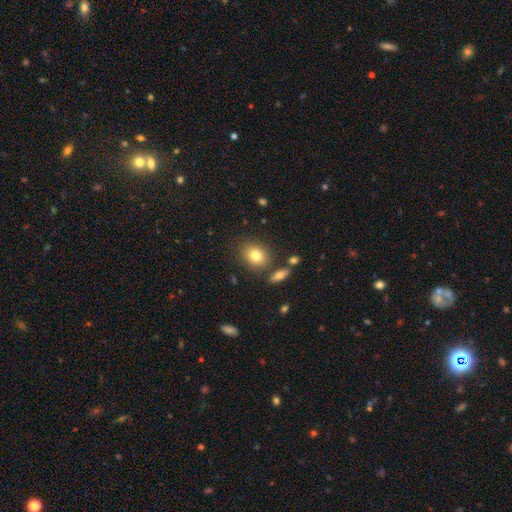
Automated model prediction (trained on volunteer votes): Smooth or featured? Predicted: smooth (p=0.80). How rounded? Predicted: round (p=0.56). Merging? Predicted: none (p=0.79).